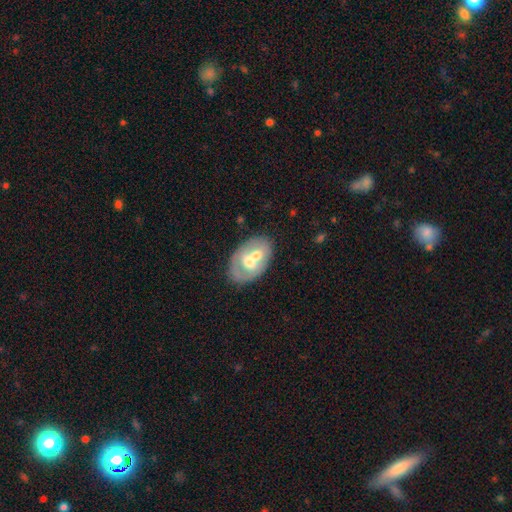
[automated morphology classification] This is possibly a featured or disk galaxy (49%). Merging: possibly merger (51%).